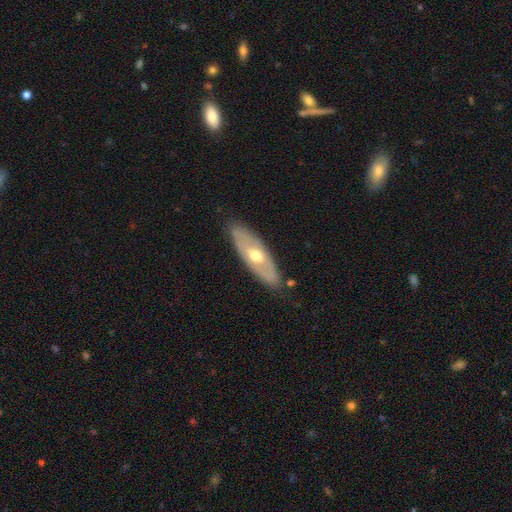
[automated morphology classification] Q: Smooth or featured?
A: featured or disk (59%); runner-up: smooth (36%)
Q: Edge-on disk?
A: no (69%); runner-up: yes (31%)
Q: Merging?
A: none (83%); runner-up: minor disturbance (12%)